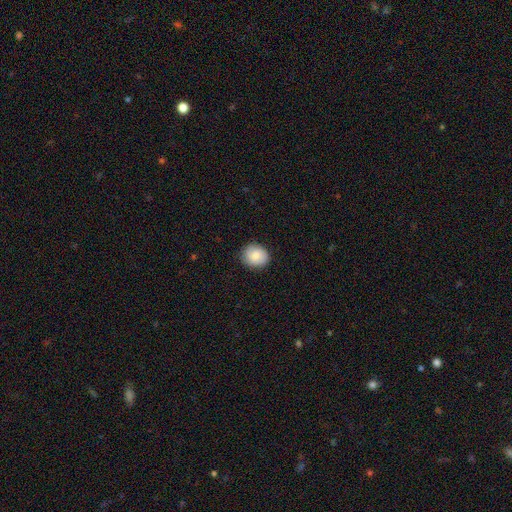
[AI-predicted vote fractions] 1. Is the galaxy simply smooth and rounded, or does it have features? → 82% smooth, 10% featured or disk, 7% star or artifact.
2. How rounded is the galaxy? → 72% round, 28% in between, 1% cigar-shaped.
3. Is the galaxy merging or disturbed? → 85% none, 12% minor disturbance, 2% major disturbance, 1% merger.